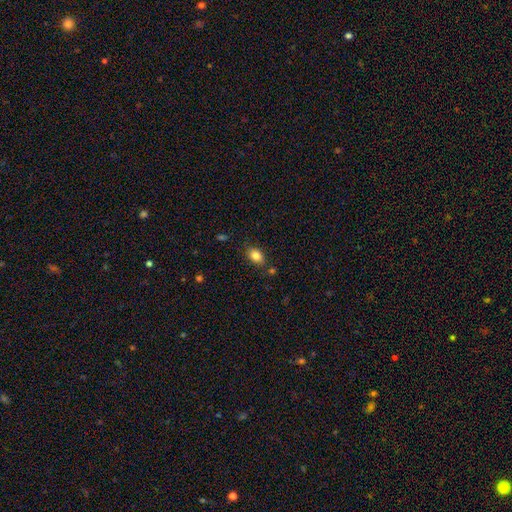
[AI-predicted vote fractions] smooth-or-featured: smooth: 84% | star or artifact: 9% | featured or disk: 7%
  how-rounded: in between: 75% | round: 23% | cigar-shaped: 1%
  merging: none: 79% | minor disturbance: 14% | merger: 4% | major disturbance: 3%